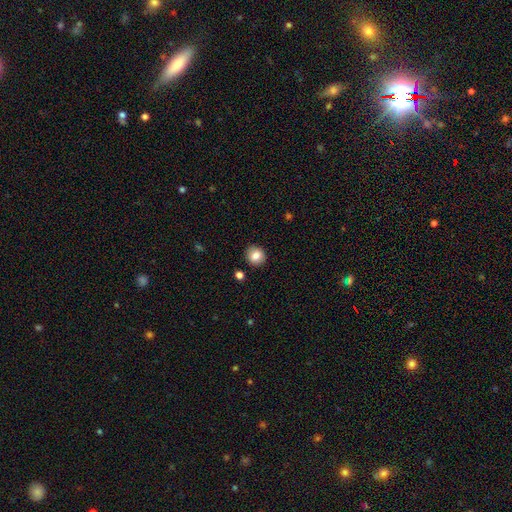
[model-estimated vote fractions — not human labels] A smooth galaxy with no disk features (84%) that is round (89%). Merging: none (90%).